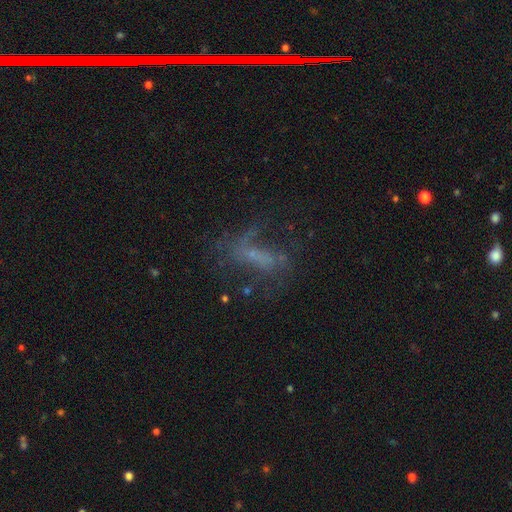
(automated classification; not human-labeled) Q: Smooth or featured?
A: featured or disk (55%); runner-up: smooth (25%)
Q: Edge-on disk?
A: no (91%); runner-up: yes (9%)
Q: Bar?
A: no (56%); runner-up: weak (30%)
Q: Spiral arms?
A: no (53%); runner-up: yes (47%)
Q: Bulge size?
A: small (43%); runner-up: none (42%)
Q: Merging?
A: none (46%); runner-up: major disturbance (32%)